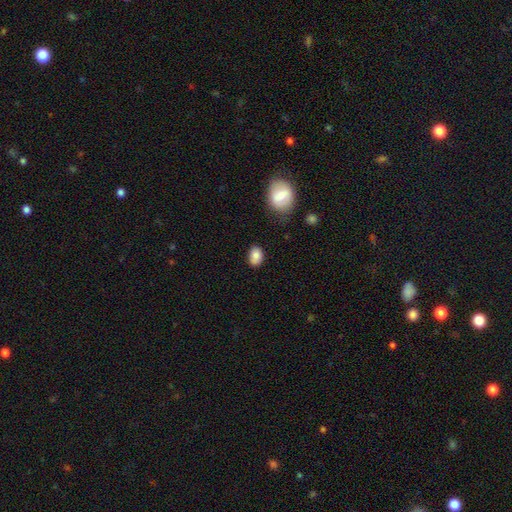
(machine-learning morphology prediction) The model was most divided on "how rounded": in between: 76%, round: 22%, cigar-shaped: 1%. More confident: smooth or featured — smooth (83%); merging — none (76%).